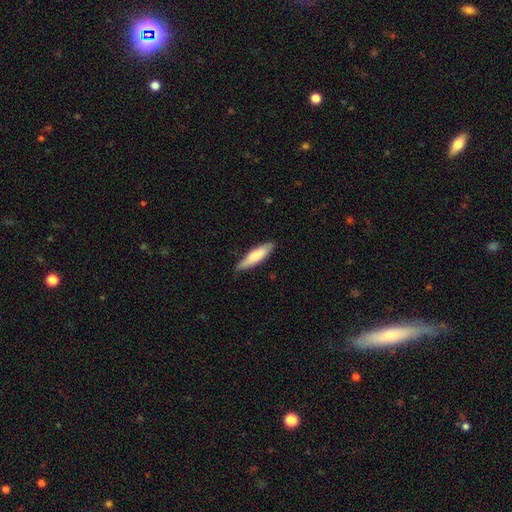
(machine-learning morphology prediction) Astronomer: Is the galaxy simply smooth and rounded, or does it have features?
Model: smooth — 77%.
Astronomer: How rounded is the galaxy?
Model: cigar-shaped — 74%.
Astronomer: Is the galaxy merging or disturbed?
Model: none — 82%.